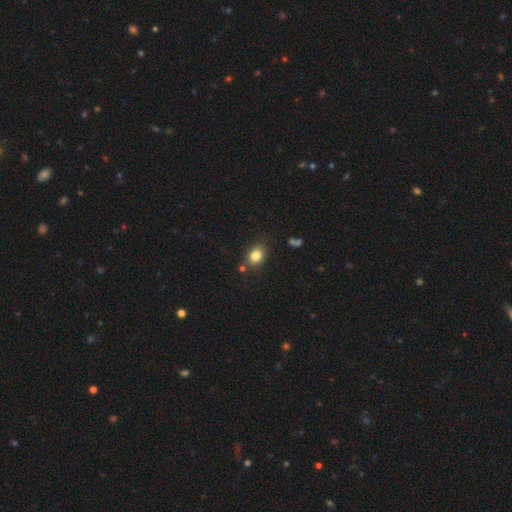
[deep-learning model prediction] A smooth galaxy with no disk features (82%) that is in between round and cigar-shaped (53%).

Vote fractions:
- Smooth or featured? smooth: 82% / star or artifact: 11% / featured or disk: 8%
- How rounded? in between: 53% / round: 46% / cigar-shaped: 1%
- Merging? none: 78% / minor disturbance: 13% / merger: 6% / major disturbance: 3%